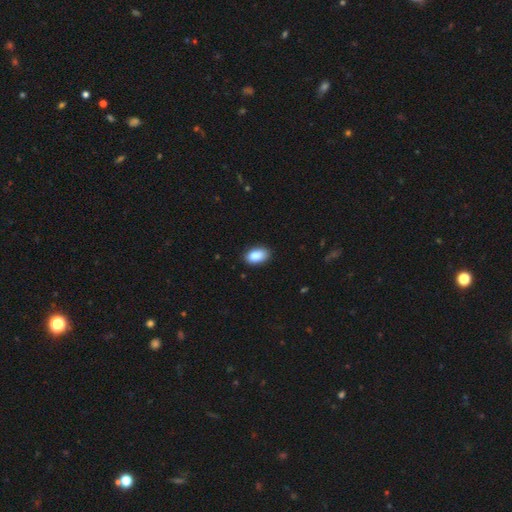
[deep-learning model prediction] smooth_or_featured: smooth (p=0.89) [alt: star or artifact p=0.07]
how_rounded: in between (p=0.92) [alt: round p=0.06]
merging: none (p=0.87) [alt: minor disturbance p=0.10]